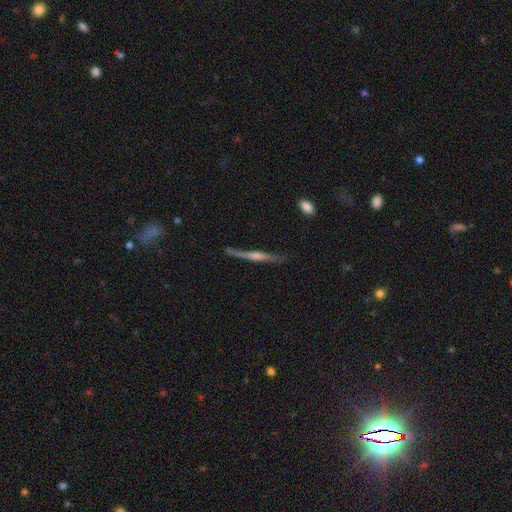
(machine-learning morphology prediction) type=featured or disk (71%); edge-on=yes (96%); edge-on bulge=rounded (75%); merging=none (85%).